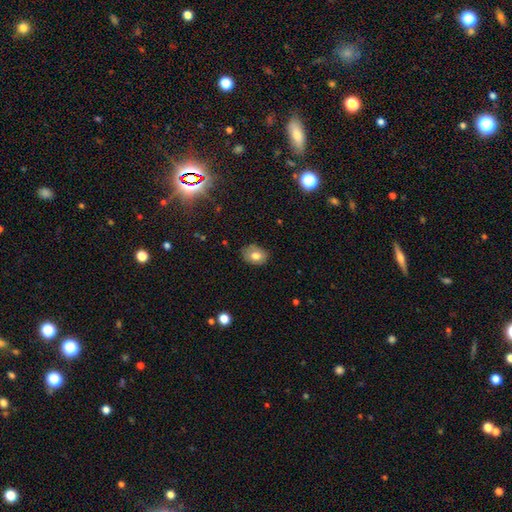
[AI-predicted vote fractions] Smooth or featured? Predicted: smooth (p=0.75). How rounded? Predicted: in between (p=0.67). Merging? Predicted: none (p=0.74).